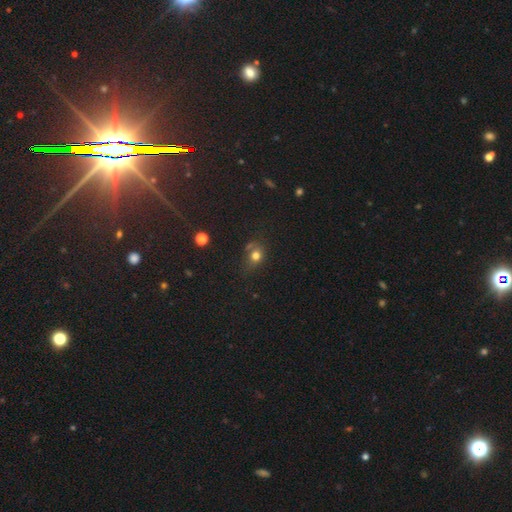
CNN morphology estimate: smooth-or-featured: smooth: 74% | star or artifact: 16% | featured or disk: 10%
  how-rounded: round: 64% | in between: 35% | cigar-shaped: 1%
  merging: none: 54% | minor disturbance: 24% | major disturbance: 11% | merger: 11%